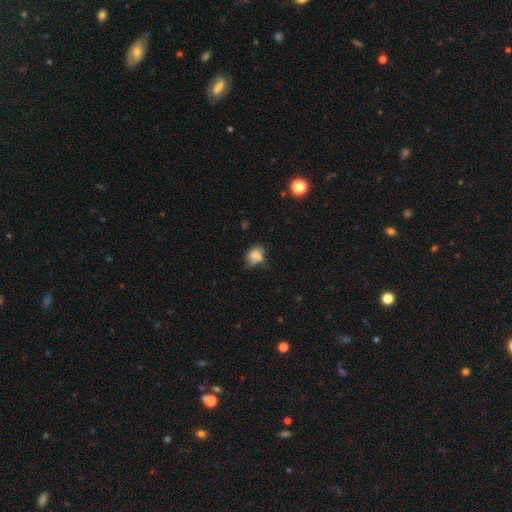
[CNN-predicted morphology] The model was most divided on "merging": none: 38%, minor disturbance: 29%, merger: 19%, major disturbance: 14%. More confident: smooth or featured — smooth (71%); how rounded — in between (61%).